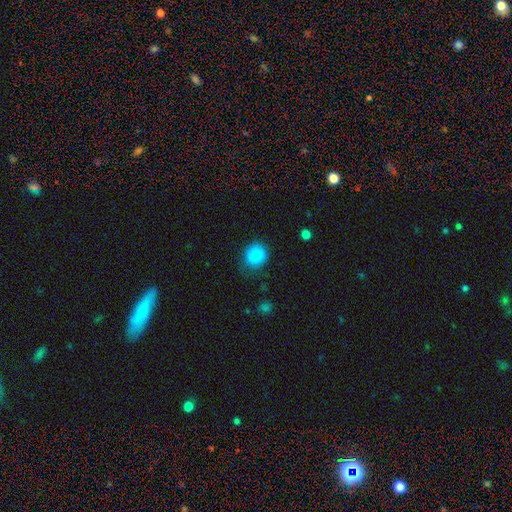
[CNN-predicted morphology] The model was most divided on "how rounded": round: 71%, in between: 28%, cigar-shaped: 1%. More confident: smooth or featured — smooth (87%); merging — none (72%).